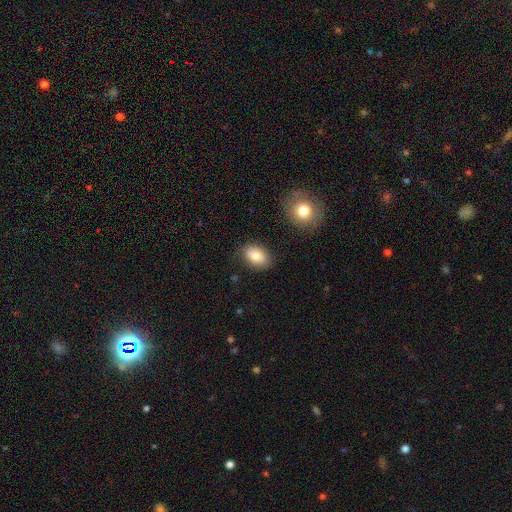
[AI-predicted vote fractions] Smooth or featured?
  - smooth: 81% *
  - featured or disk: 11%
  - star or artifact: 8%
How rounded?
  - in between: 83% *
  - round: 16%
  - cigar-shaped: 1%
Merging?
  - none: 80% *
  - minor disturbance: 14%
  - major disturbance: 3%
  - merger: 3%